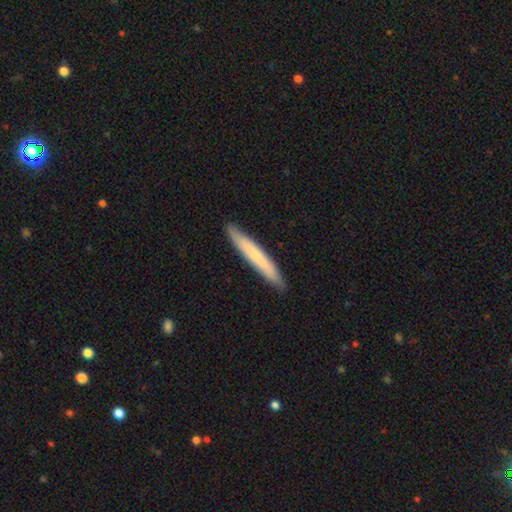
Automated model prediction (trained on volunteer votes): Morphology: type=smooth (61%); roundness=cigar-shaped (95%); merging=none (90%).